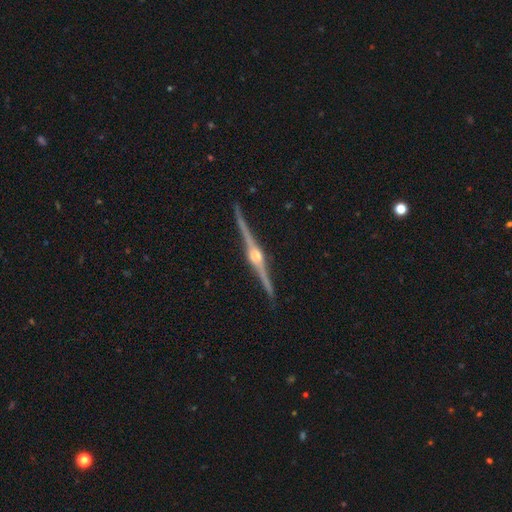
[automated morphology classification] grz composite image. It shows a featured or disk galaxy (92%) viewed edge-on (99%) with a rounded central bulge (92%). Merging: none (92%).